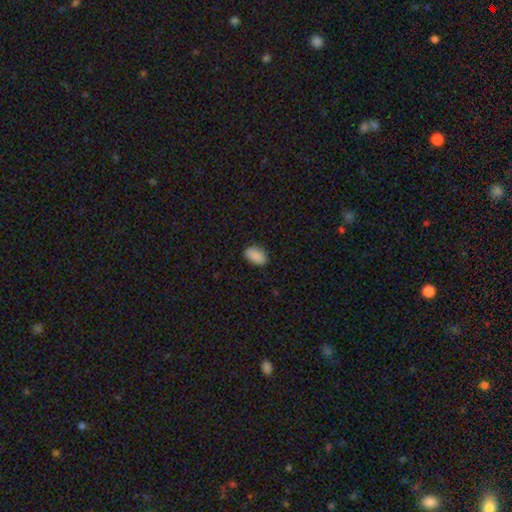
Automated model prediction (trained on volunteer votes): This is clearly a smooth galaxy (89%). How rounded: clearly in between (90%). Merging: clearly none (83%).